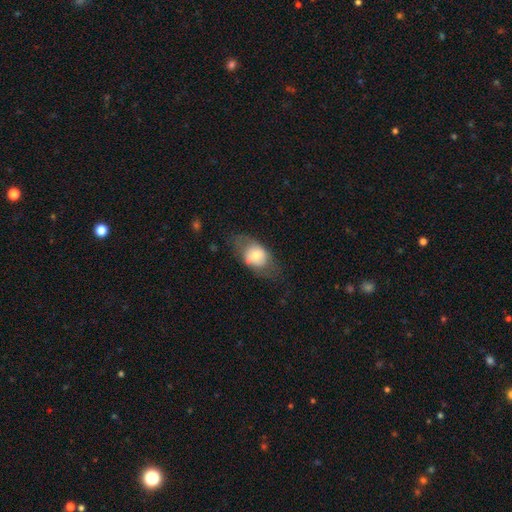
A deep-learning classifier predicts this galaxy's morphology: The model was most divided on "smooth or featured": smooth: 59%, featured or disk: 33%, star or artifact: 8%. More confident: how rounded — in between (65%); merging — none (57%).